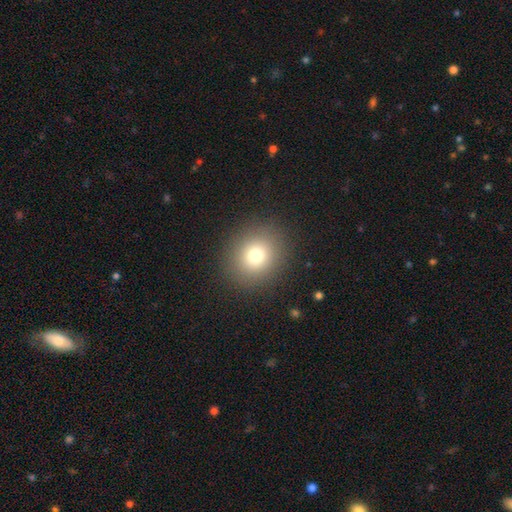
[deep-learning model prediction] smooth 76%, star or artifact 14%, featured or disk 10%. Down the decision tree: how rounded — round (80%); merging — none (89%).